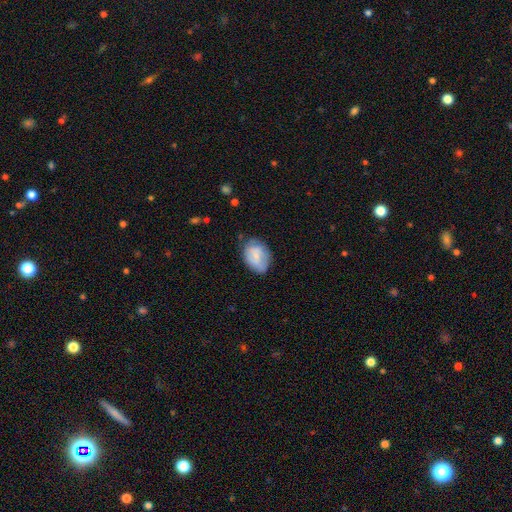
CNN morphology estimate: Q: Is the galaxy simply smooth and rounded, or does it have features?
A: smooth — 61%.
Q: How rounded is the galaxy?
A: in between — 70%.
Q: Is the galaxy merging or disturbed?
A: none — 62%.